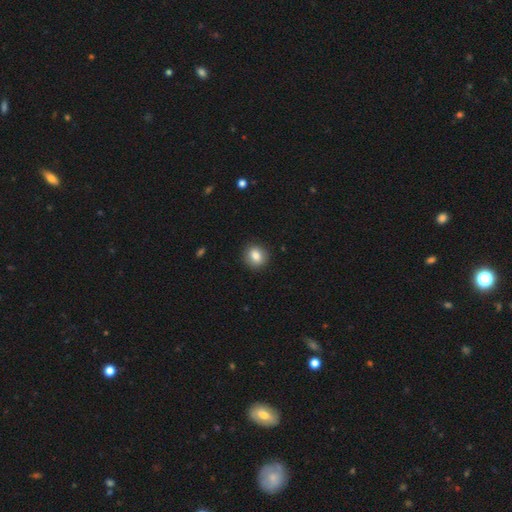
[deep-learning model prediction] smooth-or-featured: smooth: 82% | star or artifact: 9% | featured or disk: 9%
  how-rounded: round: 81% | in between: 18% | cigar-shaped: 1%
  merging: none: 90% | minor disturbance: 7% | major disturbance: 2% | merger: 1%